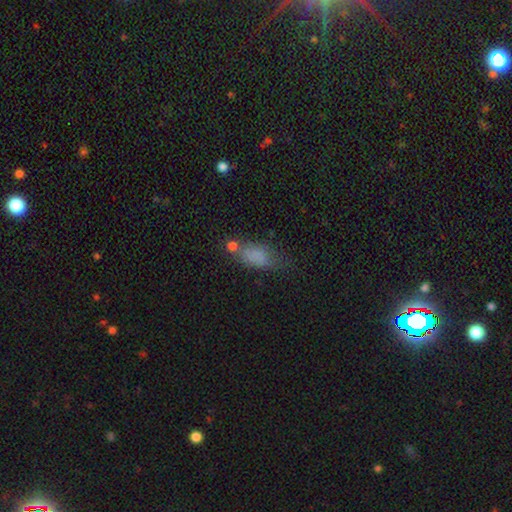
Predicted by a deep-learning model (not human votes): smooth 75%, star or artifact 14%, featured or disk 12%. Down the decision tree: how rounded — in between (80%); merging — none (45%).